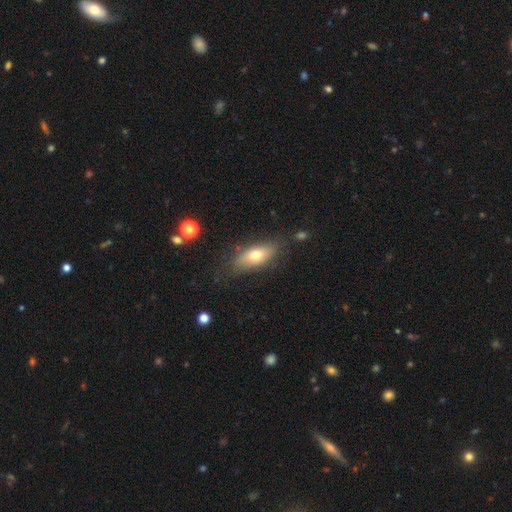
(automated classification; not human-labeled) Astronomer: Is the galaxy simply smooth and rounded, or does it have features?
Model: smooth — 68%.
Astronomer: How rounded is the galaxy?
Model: in between — 77%.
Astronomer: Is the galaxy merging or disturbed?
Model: none — 75%.